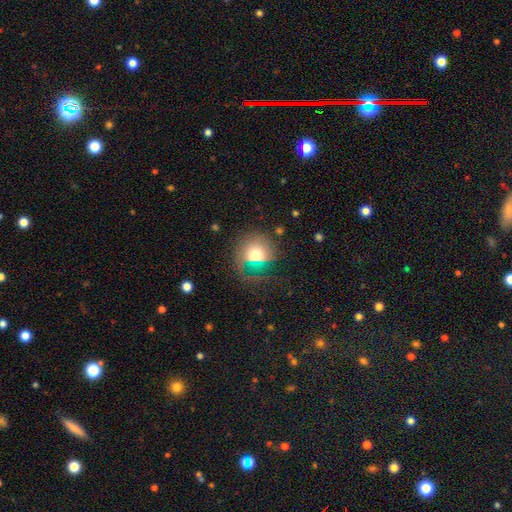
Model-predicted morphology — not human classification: This appears to be a smooth galaxy with no disk features (64%) that is round (84%). Merging: none (51%).